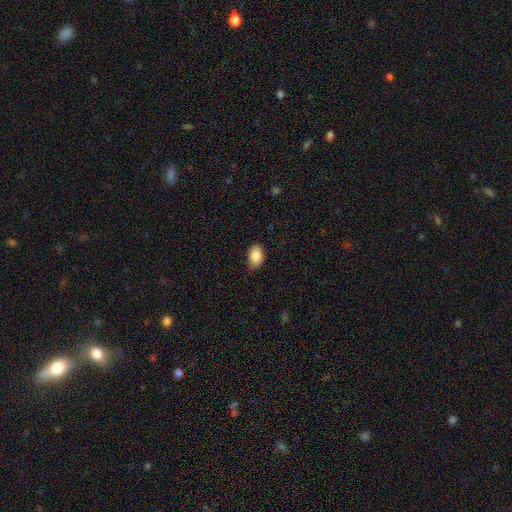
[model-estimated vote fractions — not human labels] Smooth or featured? Predicted: smooth (p=0.86). How rounded? Predicted: in between (p=0.85). Merging? Predicted: none (p=0.76).